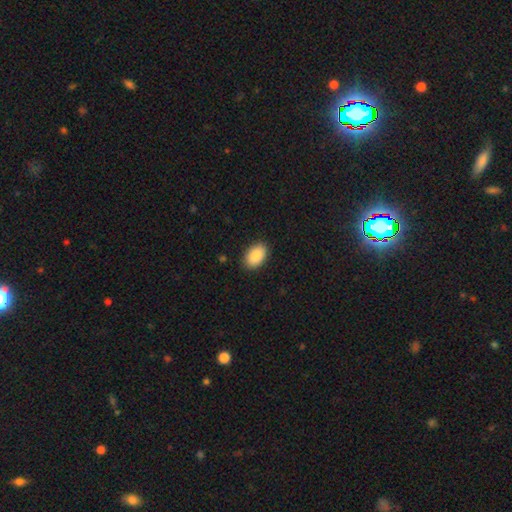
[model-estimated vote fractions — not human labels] Smooth or featured?
  - smooth: 89% *
  - star or artifact: 7%
  - featured or disk: 4%
How rounded?
  - in between: 91% *
  - round: 8%
  - cigar-shaped: 1%
Merging?
  - none: 88% *
  - minor disturbance: 9%
  - major disturbance: 2%
  - merger: 1%